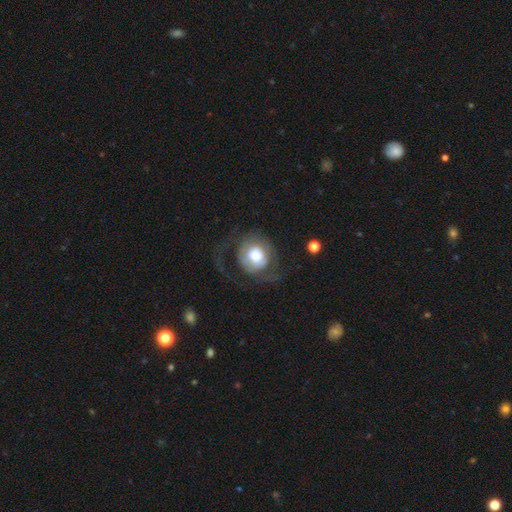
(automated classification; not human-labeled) The model was most divided on "merging": none: 42%, major disturbance: 39%, minor disturbance: 18%, merger: 2%. Remaining: smooth or featured — smooth (48%).